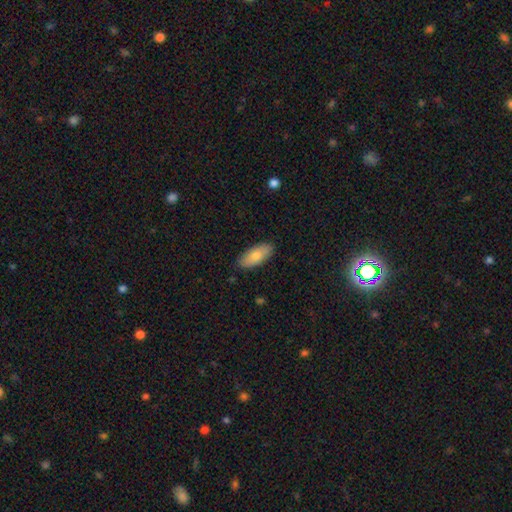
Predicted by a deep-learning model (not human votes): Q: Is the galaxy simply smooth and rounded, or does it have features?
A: smooth — 78%.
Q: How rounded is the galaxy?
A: in between — 86%.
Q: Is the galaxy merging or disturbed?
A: none — 86%.